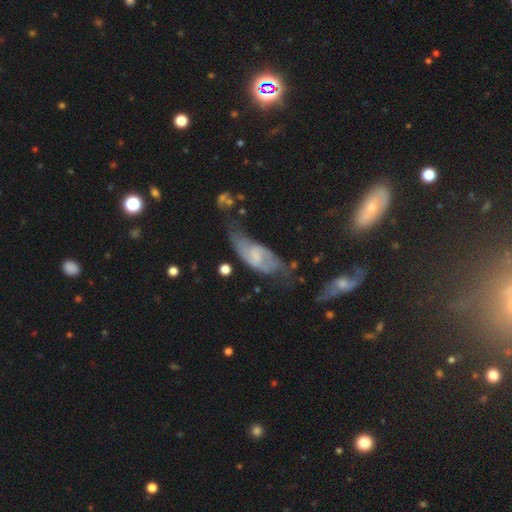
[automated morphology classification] Smooth or featured? Predicted: featured or disk (p=0.65). Edge-on disk? Predicted: no (p=0.87). Bar? Predicted: weak (p=0.51). Spiral arms? Predicted: yes (p=0.82). Bulge size? Predicted: small (p=0.41). Merging? Predicted: none (p=0.41).